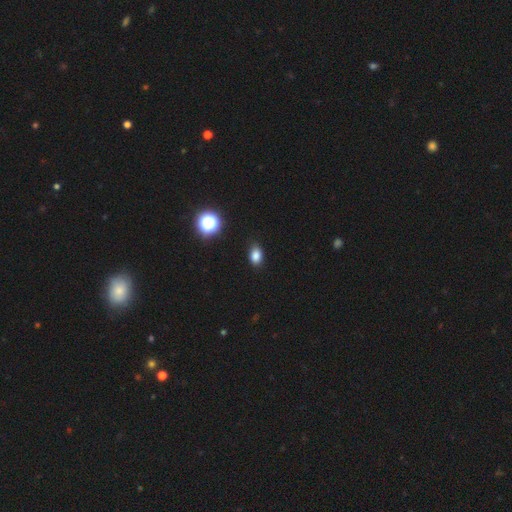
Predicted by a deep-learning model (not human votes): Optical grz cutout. It shows a smooth galaxy with no disk features (81%) that is in between round and cigar-shaped (80%). Merging: none (86%).